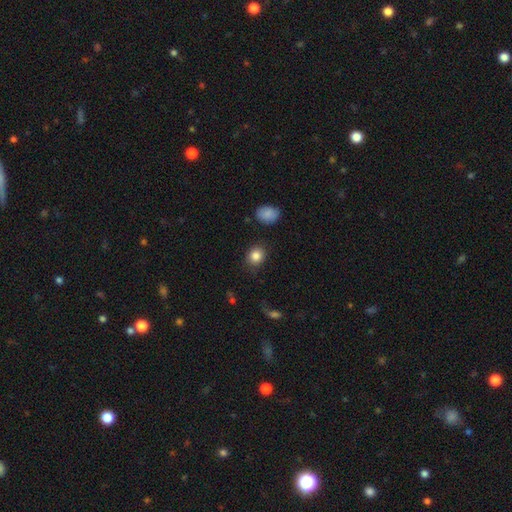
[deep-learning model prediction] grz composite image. It shows a smooth galaxy with no disk features (86%) that is round (65%). Merging: none (85%).